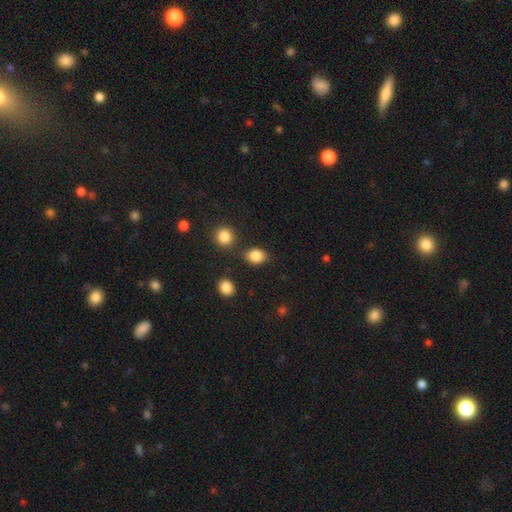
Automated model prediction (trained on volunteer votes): This is clearly a smooth galaxy (86%). How rounded: possibly in between (59%). Merging: likely none (75%).